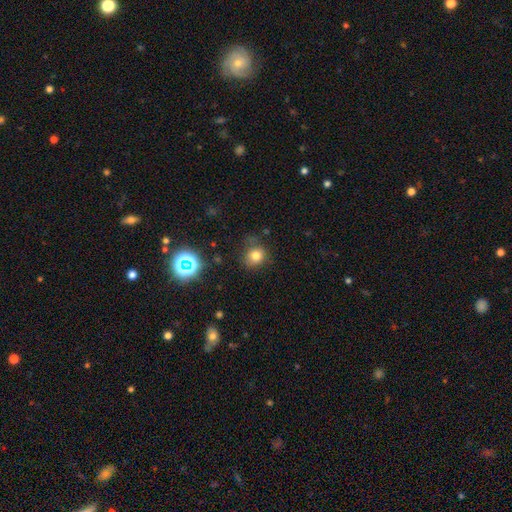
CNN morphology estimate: Smooth or featured? smooth (75%)
How rounded? round (73%)
Merging? none (69%)